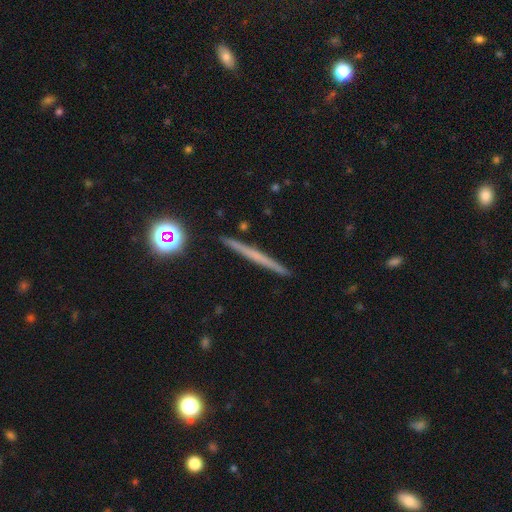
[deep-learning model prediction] featured or disk 52%, smooth 39%, star or artifact 9%. Down the decision tree: edge-on disk — yes (97%); edge-on bulge — none (86%); merging — none (92%).